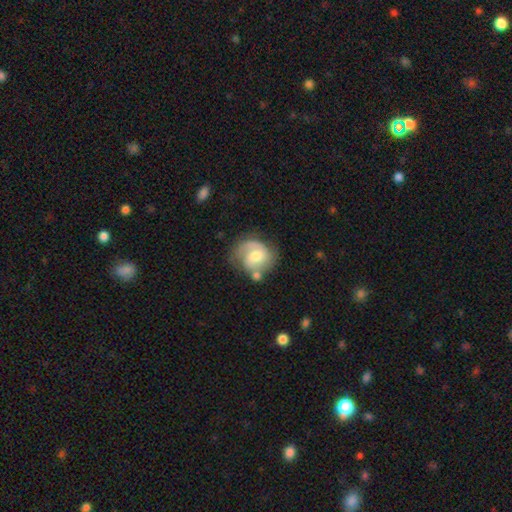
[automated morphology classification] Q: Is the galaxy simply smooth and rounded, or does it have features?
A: featured or disk — 69%.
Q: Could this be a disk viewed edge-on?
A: no — 98%.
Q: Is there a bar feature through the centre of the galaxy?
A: no — 51%.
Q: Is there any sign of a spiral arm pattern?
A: yes — 90%.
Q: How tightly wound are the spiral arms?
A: medium — 45%.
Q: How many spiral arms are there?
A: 2 — 58%.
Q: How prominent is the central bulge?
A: moderate — 58%.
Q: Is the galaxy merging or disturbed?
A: none — 55%.